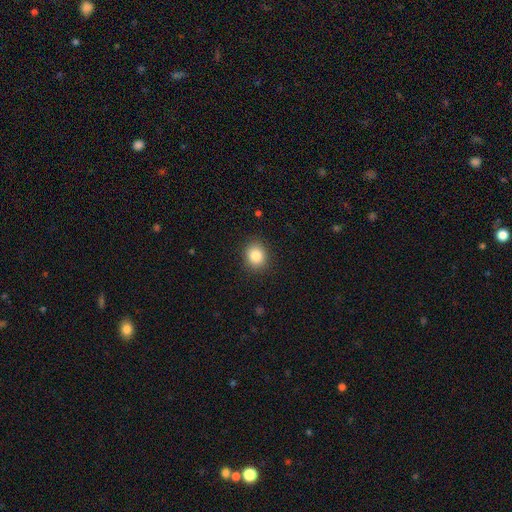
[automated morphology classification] smooth 85%, star or artifact 10%, featured or disk 6%. Down the decision tree: how rounded — round (72%); merging — none (88%).